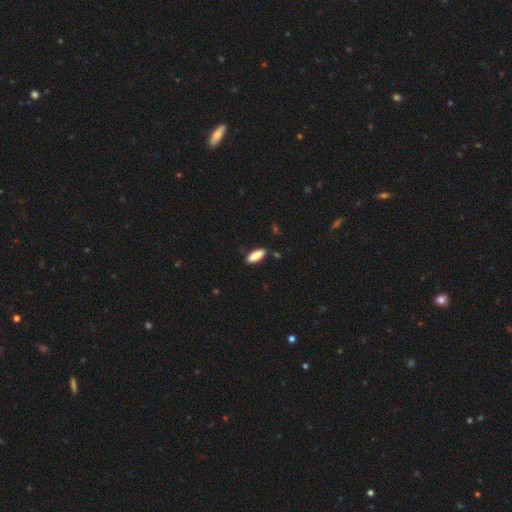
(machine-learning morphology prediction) Overall: smooth (86%). How rounded: in between (67%; cigar-shaped 31%). Merging: none (86%).